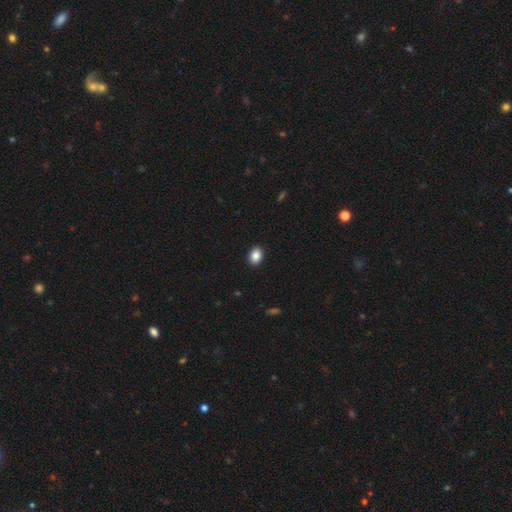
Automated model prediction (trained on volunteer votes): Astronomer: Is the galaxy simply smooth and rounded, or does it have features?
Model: smooth — 87%.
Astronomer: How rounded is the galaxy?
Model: in between — 67%.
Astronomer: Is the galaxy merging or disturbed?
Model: none — 91%.